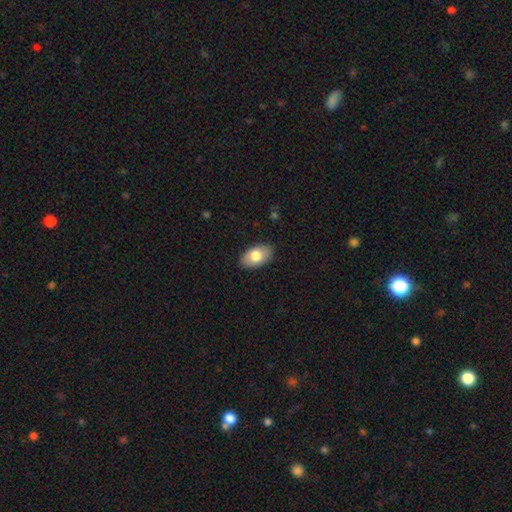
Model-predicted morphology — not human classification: Smooth or featured? smooth (76%)
How rounded? in between (93%)
Merging? none (86%)